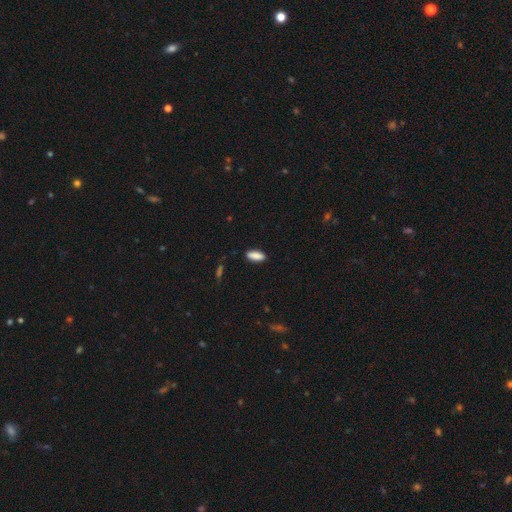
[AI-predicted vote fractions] A smooth galaxy with no disk features (88%) that is in between round and cigar-shaped (72%). Merging: none (87%).